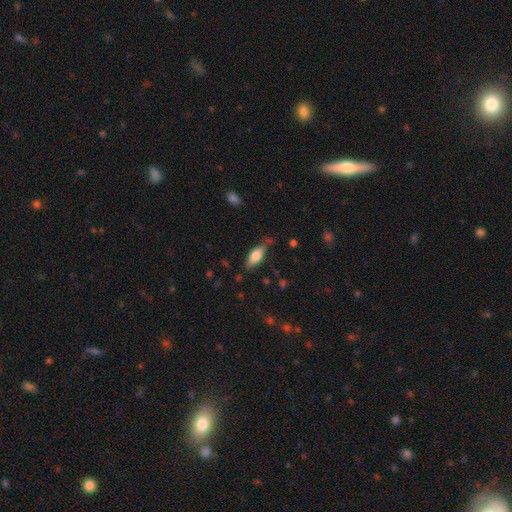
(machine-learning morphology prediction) Smooth or featured? Predicted: smooth (p=0.70). How rounded? Predicted: in between (p=0.79). Merging? Predicted: none (p=0.68).